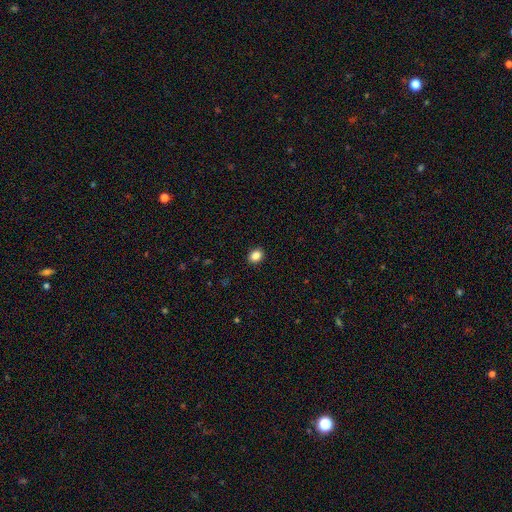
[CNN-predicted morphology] Smooth or featured? smooth (86%)
How rounded? in between (50%)
Merging? none (91%)